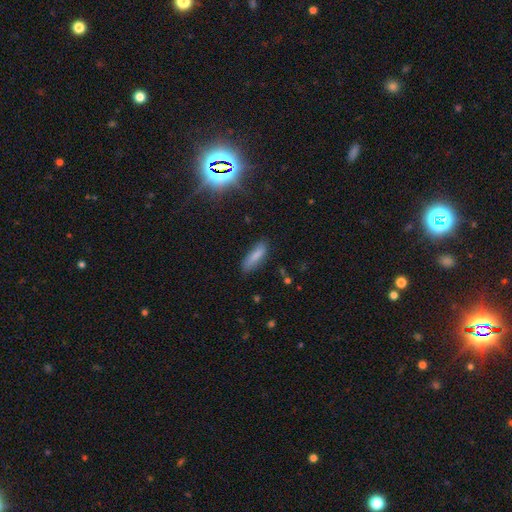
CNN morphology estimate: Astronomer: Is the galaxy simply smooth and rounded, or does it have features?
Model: smooth — 81%.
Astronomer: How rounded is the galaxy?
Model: cigar-shaped — 53% (runner-up: in between, 45%).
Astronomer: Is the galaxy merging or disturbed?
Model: none — 78%.